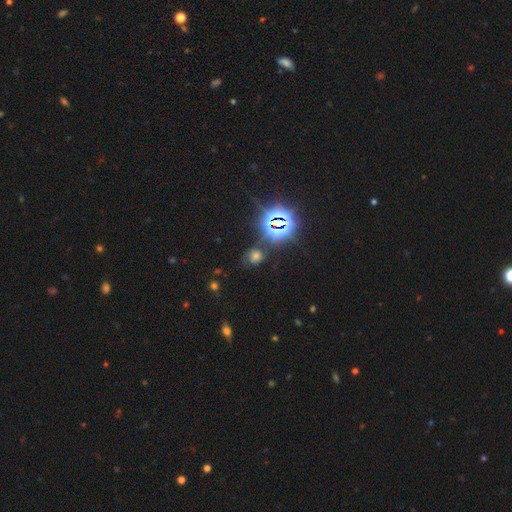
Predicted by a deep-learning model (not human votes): Smooth or featured? star or artifact (53%)